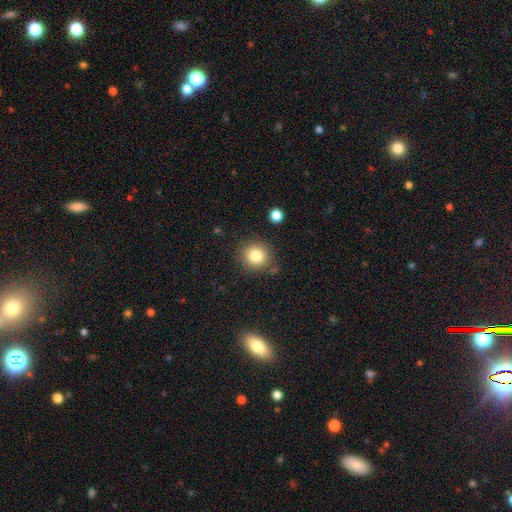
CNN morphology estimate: Smooth or featured? smooth (81%)
How rounded? round (90%)
Merging? none (83%)